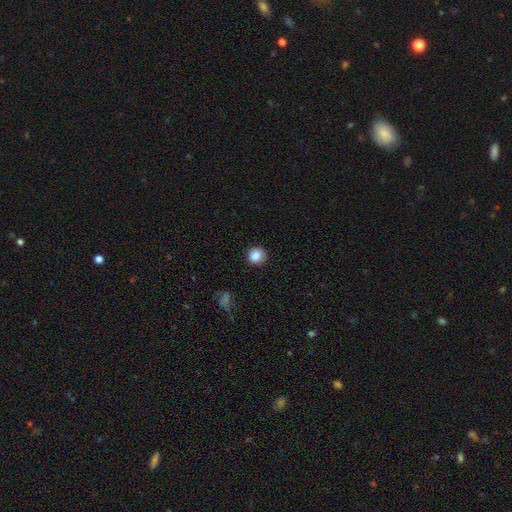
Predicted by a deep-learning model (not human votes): smooth-or-featured: smooth: 87% | star or artifact: 10% | featured or disk: 3%
  how-rounded: round: 88% | in between: 11% | cigar-shaped: 1%
  merging: none: 88% | minor disturbance: 8% | major disturbance: 2% | merger: 1%